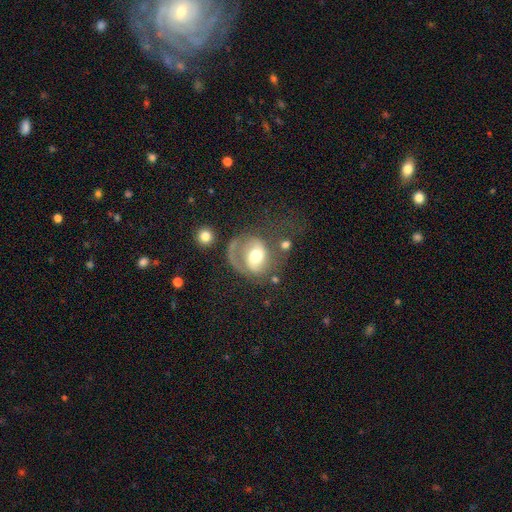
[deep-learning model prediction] Morphology: type=featured or disk (63%); edge-on=no (97%); bar=no (53%); spiral arms=yes (77%); bulge=moderate (67%); merging=major disturbance (39%).